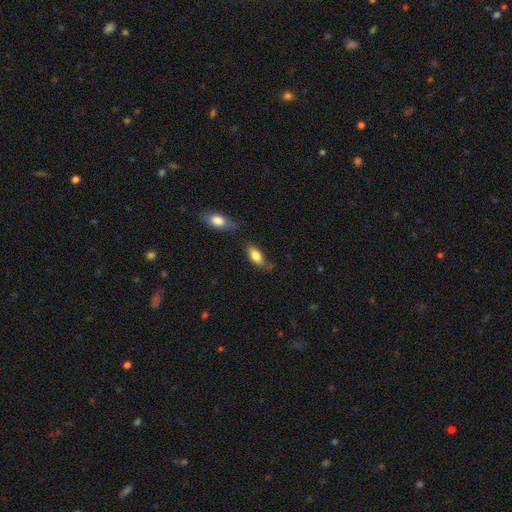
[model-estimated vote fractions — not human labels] Q: Smooth or featured?
A: smooth (77%); runner-up: featured or disk (16%)
Q: How rounded?
A: in between (84%); runner-up: cigar-shaped (13%)
Q: Merging?
A: none (58%); runner-up: minor disturbance (27%)